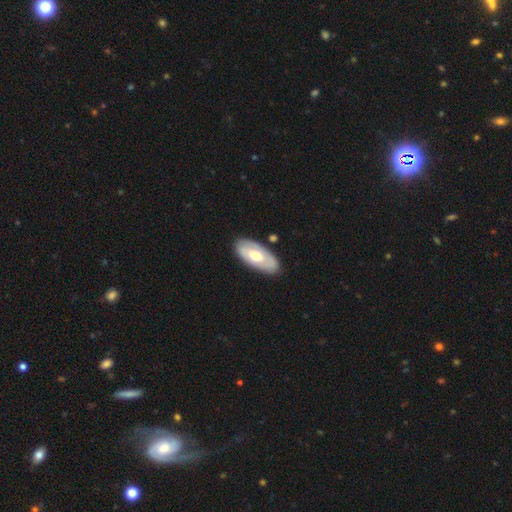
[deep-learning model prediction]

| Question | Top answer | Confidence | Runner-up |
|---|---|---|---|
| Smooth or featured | featured or disk | 49% | smooth (46%) |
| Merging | none | 82% | minor disturbance (12%) |